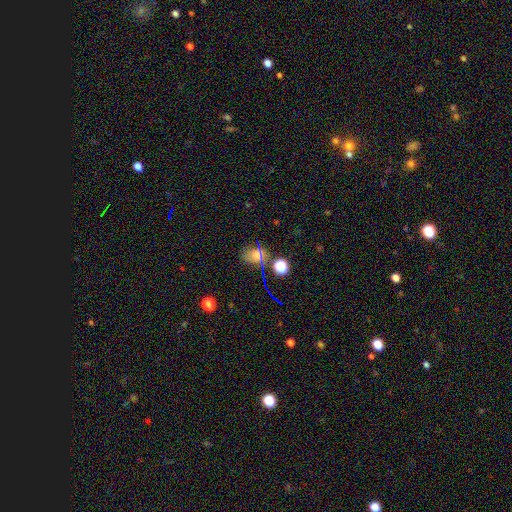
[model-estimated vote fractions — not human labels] This appears to be a smooth galaxy with no disk features (54%) that is in between round and cigar-shaped (57%). Merging: none (69%).